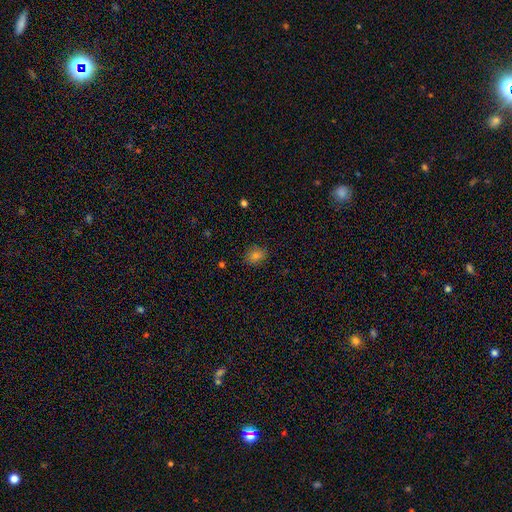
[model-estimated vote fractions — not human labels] smooth 80%, star or artifact 13%, featured or disk 7%. Down the decision tree: how rounded — round (53%); merging — none (86%).